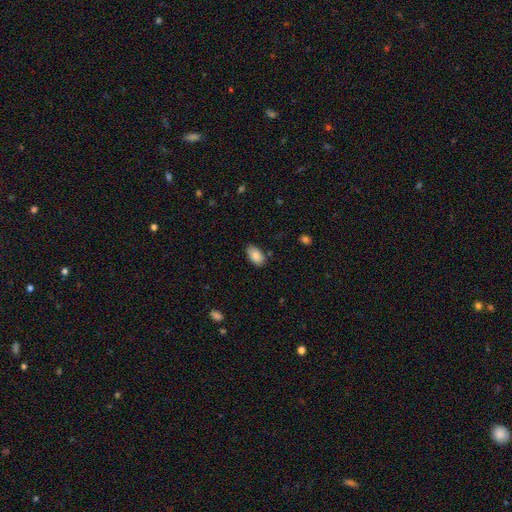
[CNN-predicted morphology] Smooth or featured? Predicted: smooth (p=0.86). How rounded? Predicted: in between (p=0.94). Merging? Predicted: none (p=0.79).